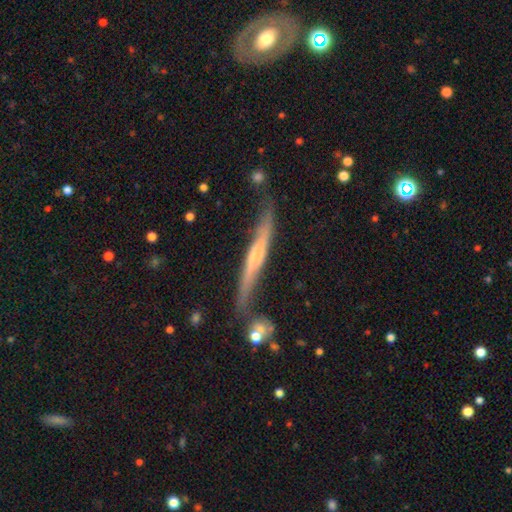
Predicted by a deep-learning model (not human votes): The model was most divided on "edge-on bulge" (2-way tie): rounded: 44%, none: 44%, boxy: 12%. More confident: edge-on disk — yes (83%); smooth or featured — featured or disk (68%); merging — none (59%).